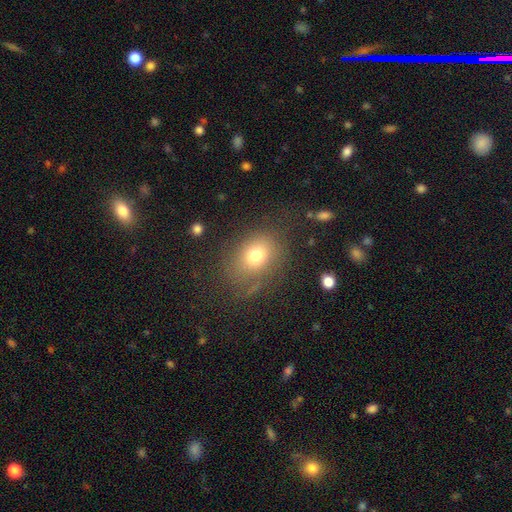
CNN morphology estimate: Smooth or featured: smooth — 73% (star or artifact — 13%)
How rounded: in between — 52% (round — 47%)
Merging: none — 70% (minor disturbance — 17%)